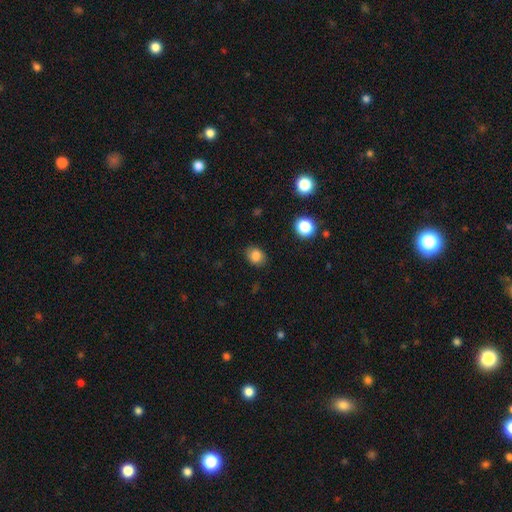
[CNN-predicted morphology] smooth 84%, star or artifact 11%, featured or disk 6%. Down the decision tree: how rounded — in between (52%); merging — none (83%).